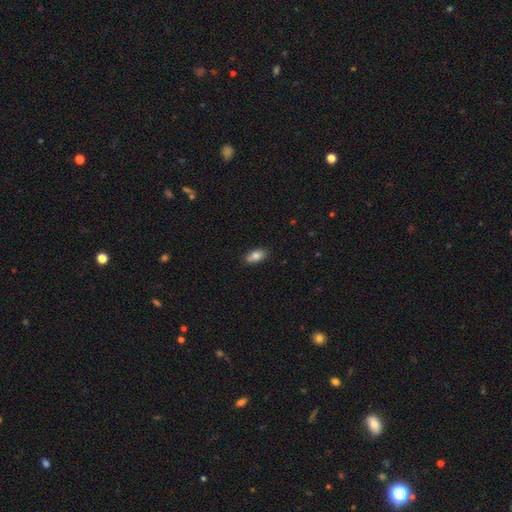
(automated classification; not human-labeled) Smooth or featured? Predicted: smooth (p=0.81). How rounded? Predicted: in between (p=0.89). Merging? Predicted: none (p=0.76).